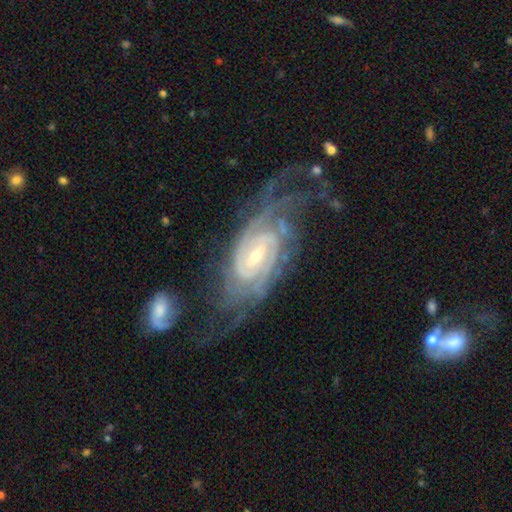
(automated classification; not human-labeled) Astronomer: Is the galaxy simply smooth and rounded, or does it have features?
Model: featured or disk — 91%.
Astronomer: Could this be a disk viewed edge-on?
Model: no — 96%.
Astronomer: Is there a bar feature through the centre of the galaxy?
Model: weak — 44% (runner-up: strong, 28%).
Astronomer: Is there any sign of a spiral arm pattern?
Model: yes — 98%.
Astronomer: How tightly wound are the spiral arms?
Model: tight — 65%.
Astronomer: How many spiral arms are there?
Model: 2 — 38% (runner-up: can't tell, 19%).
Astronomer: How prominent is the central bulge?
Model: small — 64%.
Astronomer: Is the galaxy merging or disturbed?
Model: none — 51%.